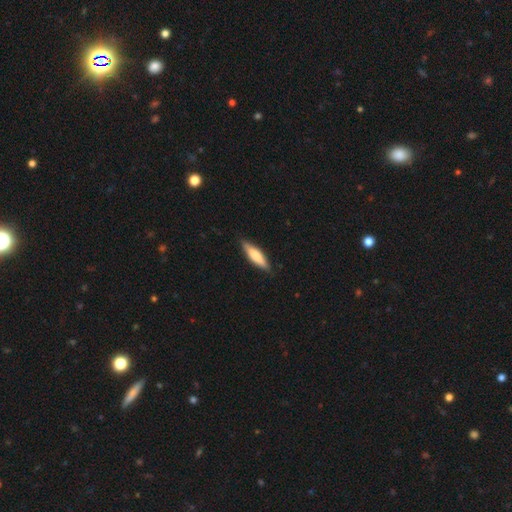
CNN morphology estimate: smooth_or_featured: smooth (p=0.65) [alt: featured or disk p=0.29]
how_rounded: cigar-shaped (p=0.64) [alt: in between p=0.35]
merging: none (p=0.86) [alt: minor disturbance p=0.11]